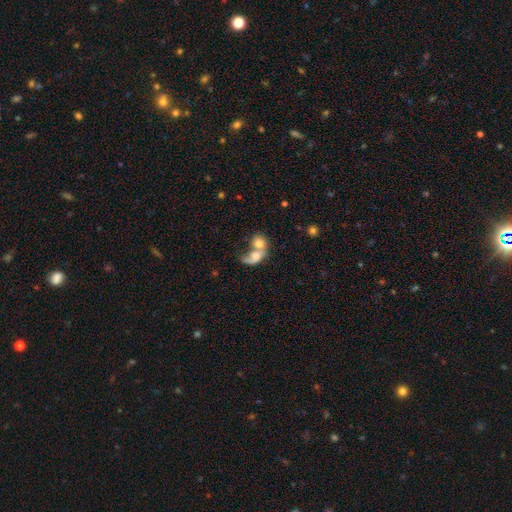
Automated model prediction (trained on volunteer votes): Overall: smooth (58%; featured or disk 33%). How rounded: in between (58%; round 38%). Merging: merger (73%).